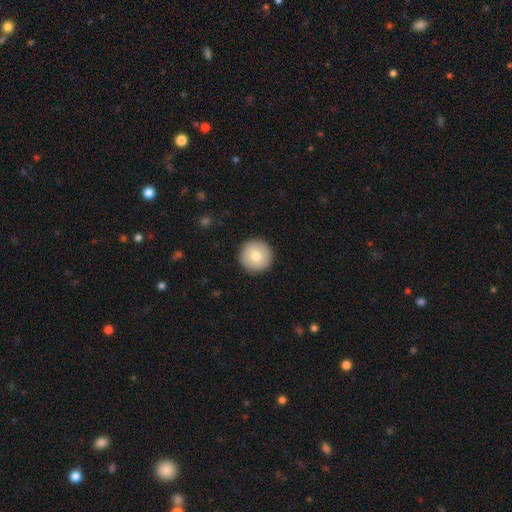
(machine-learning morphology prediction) Smooth or featured?
  - smooth: 79% *
  - featured or disk: 14%
  - star or artifact: 7%
How rounded?
  - round: 96% *
  - in between: 3%
  - cigar-shaped: 1%
Merging?
  - none: 92% *
  - minor disturbance: 5%
  - major disturbance: 2%
  - merger: 1%